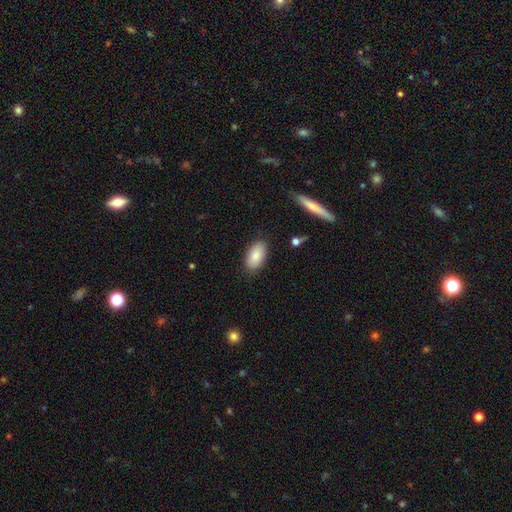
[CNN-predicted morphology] This appears to be a smooth galaxy with no disk features (84%) that is in between round and cigar-shaped (94%). Merging: none (85%).